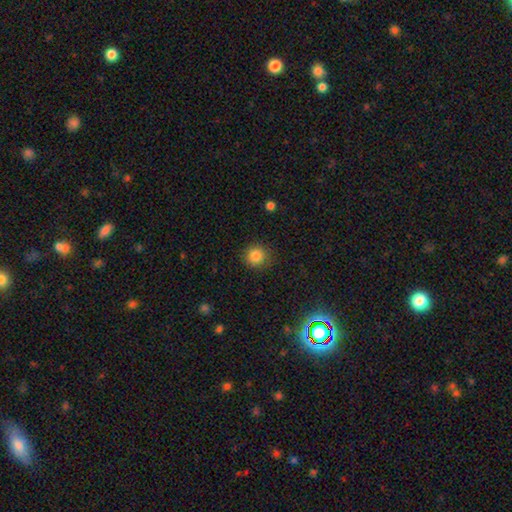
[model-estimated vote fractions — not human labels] smooth 84%, star or artifact 12%, featured or disk 5%. Down the decision tree: how rounded — round (93%); merging — none (88%).